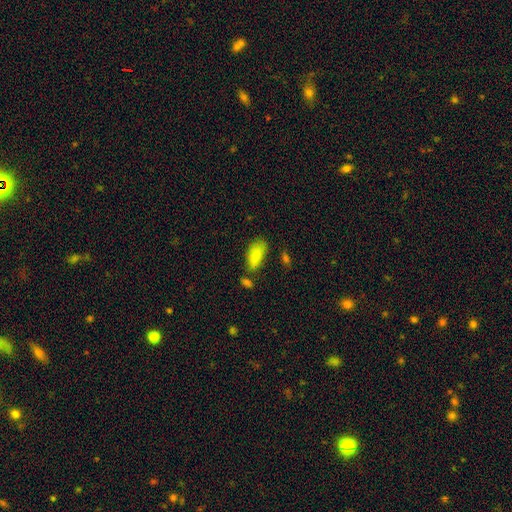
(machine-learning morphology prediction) A smooth galaxy with no disk features (86%) that is in between round and cigar-shaped (89%).

Vote fractions:
- Smooth or featured? smooth: 86% / star or artifact: 8% / featured or disk: 6%
- How rounded? in between: 89% / cigar-shaped: 8% / round: 2%
- Merging? none: 60% / minor disturbance: 23% / merger: 10% / major disturbance: 7%